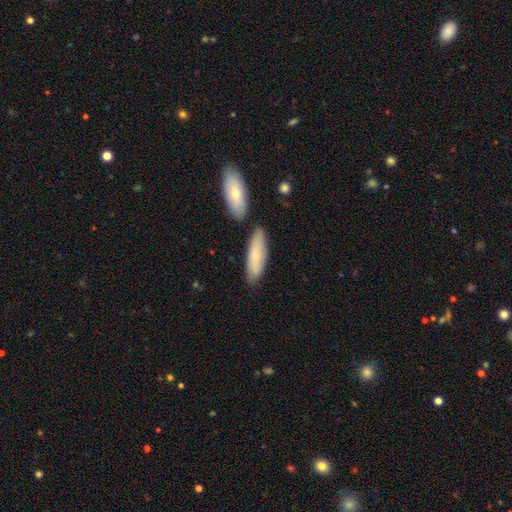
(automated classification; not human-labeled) Morphology: type=smooth (73%); roundness=in between (52%); merging=none (72%).